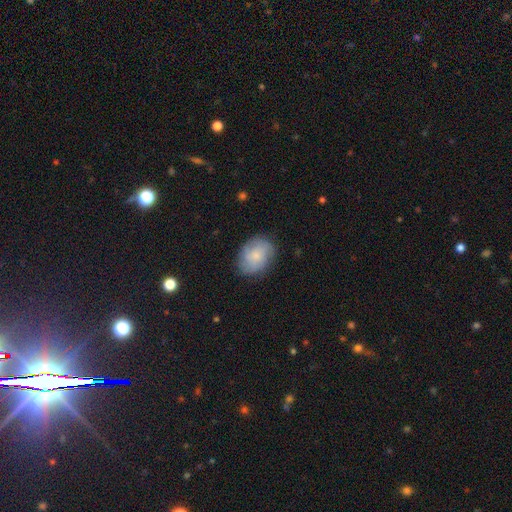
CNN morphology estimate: Smooth or featured? smooth (60%)
How rounded? in between (65%)
Merging? none (76%)